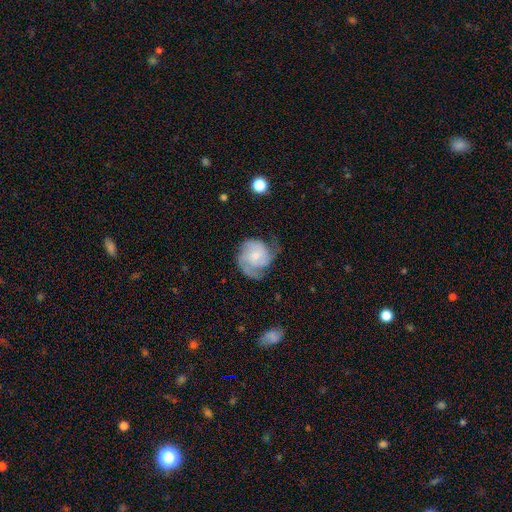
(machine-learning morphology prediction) A featured or disk galaxy (75%) with no bar (71%), 2 (35%) tight (49%) spiral arms (94%) and a small central bulge (51%). Merging: none (54%).